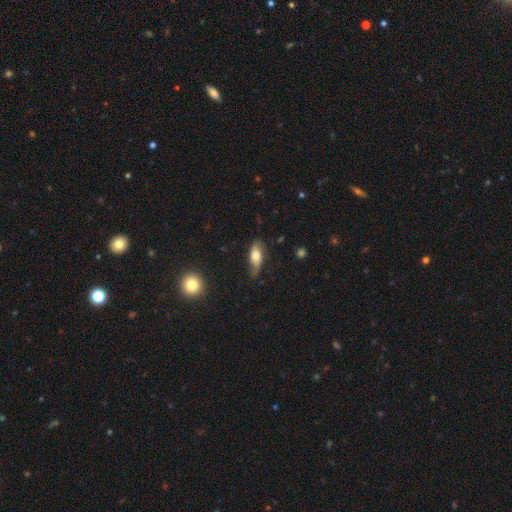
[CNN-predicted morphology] smooth_or_featured: smooth (p=0.64) [alt: featured or disk p=0.29]
how_rounded: in between (p=0.79) [alt: cigar-shaped p=0.17]
merging: none (p=0.57) [alt: minor disturbance p=0.33]